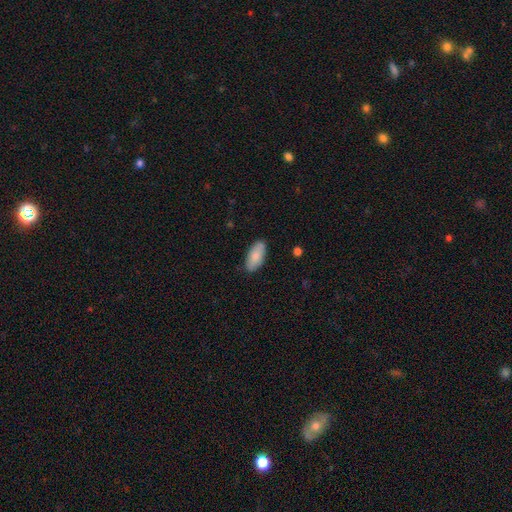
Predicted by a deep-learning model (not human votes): The model was most divided on "smooth or featured": smooth: 84%, featured or disk: 10%, star or artifact: 6%. More confident: how rounded — in between (90%); merging — none (85%).